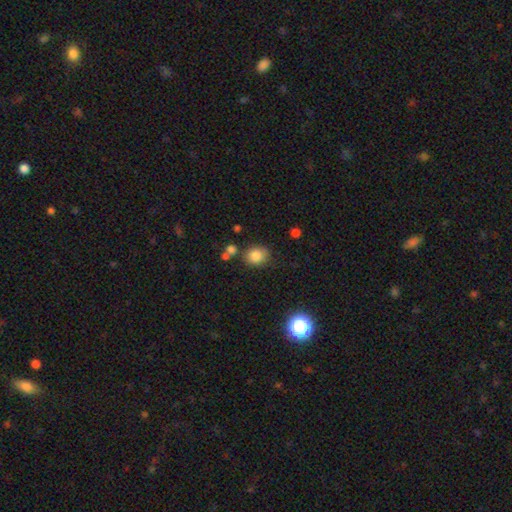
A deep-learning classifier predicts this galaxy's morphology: This appears to be a smooth galaxy with no disk features (84%) that is round (69%). Merging: none (74%).